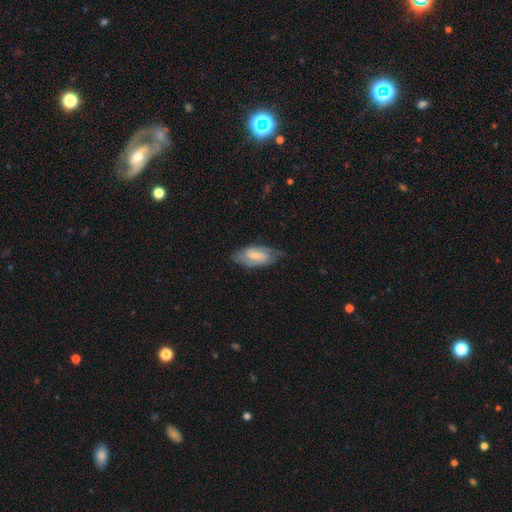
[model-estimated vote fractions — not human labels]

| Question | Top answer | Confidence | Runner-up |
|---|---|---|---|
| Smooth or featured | featured or disk | 50% | smooth (43%) |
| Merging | none | 65% | minor disturbance (26%) |